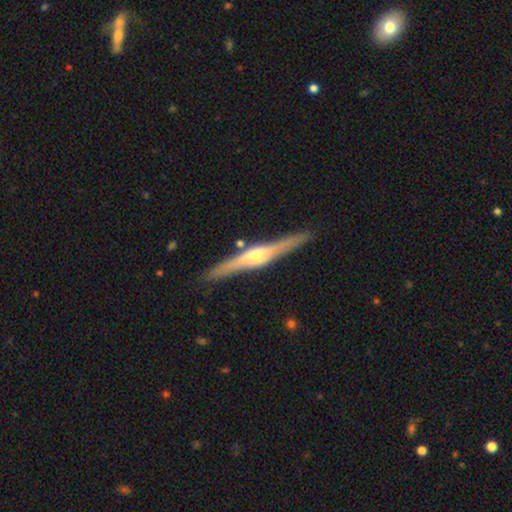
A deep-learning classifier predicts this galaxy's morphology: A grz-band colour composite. It shows a featured or disk galaxy (79%) viewed edge-on (98%) with a rounded central bulge (88%). Merging: none (88%).